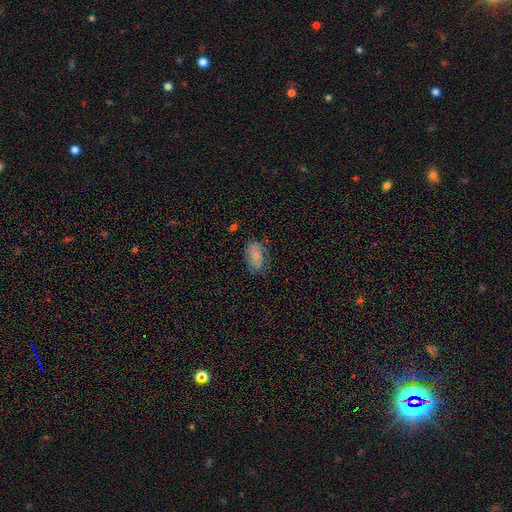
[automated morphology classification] The model was most divided on "merging": none: 65%, minor disturbance: 24%, major disturbance: 9%, merger: 2%. More confident: how rounded — in between (89%); smooth or featured — smooth (67%).